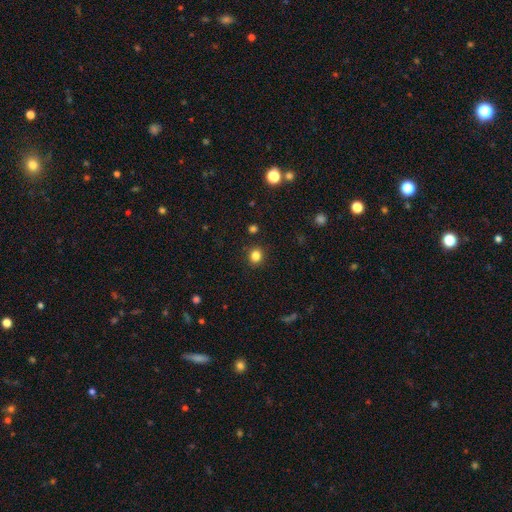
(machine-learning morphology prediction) smooth-or-featured: smooth: 83% | star or artifact: 13% | featured or disk: 4%
  how-rounded: round: 81% | in between: 19% | cigar-shaped: 1%
  merging: none: 90% | minor disturbance: 6% | major disturbance: 2% | merger: 1%